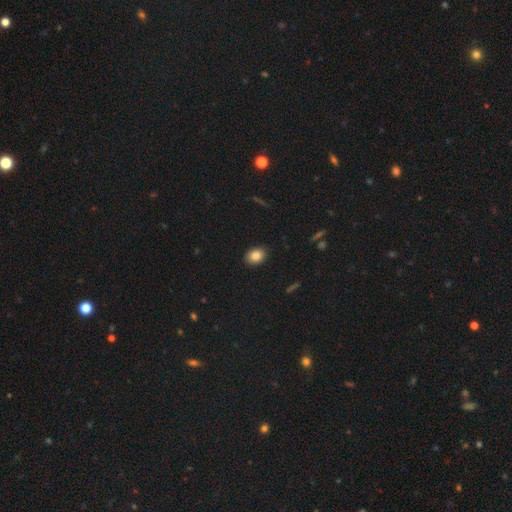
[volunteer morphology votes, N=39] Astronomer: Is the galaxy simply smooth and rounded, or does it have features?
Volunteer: smooth — 79%.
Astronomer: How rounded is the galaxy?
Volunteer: in between — 61% (runner-up: round, 39%).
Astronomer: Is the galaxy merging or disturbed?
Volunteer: none — 91%.